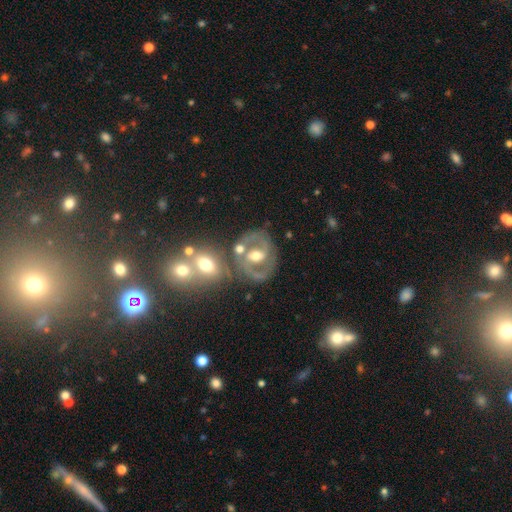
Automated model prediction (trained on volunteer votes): A featured or disk galaxy (77%) with a weak bar (40%), 2 (85%) medium (52%) spiral arms (79%) and a moderate central bulge (73%). Merging: none (57%).